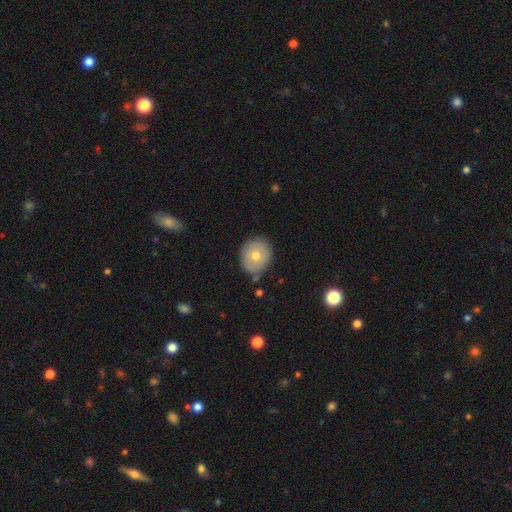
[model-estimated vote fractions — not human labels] Q: Smooth or featured?
A: smooth (70%); runner-up: featured or disk (21%)
Q: How rounded?
A: round (71%); runner-up: in between (28%)
Q: Merging?
A: none (82%); runner-up: minor disturbance (13%)